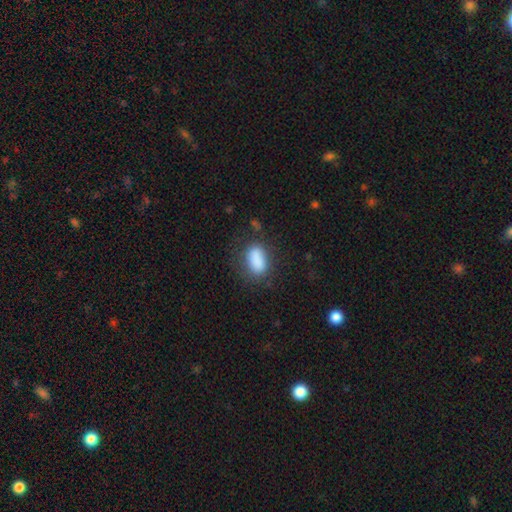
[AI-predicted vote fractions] Overall: smooth (85%). How rounded: in between (87%). Merging: none (69%).